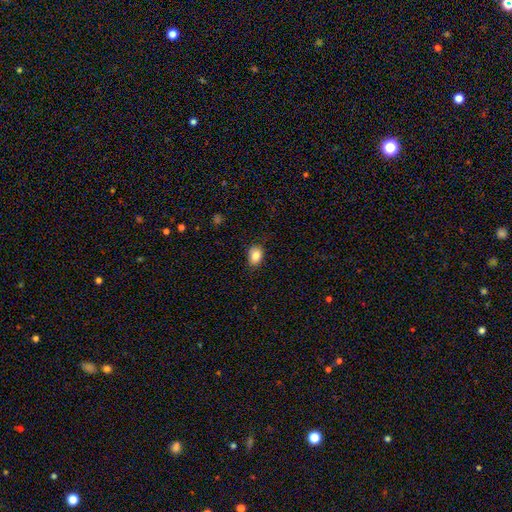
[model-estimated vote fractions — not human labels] A smooth galaxy with no disk features (84%) that is in between round and cigar-shaped (69%). Merging: none (83%).